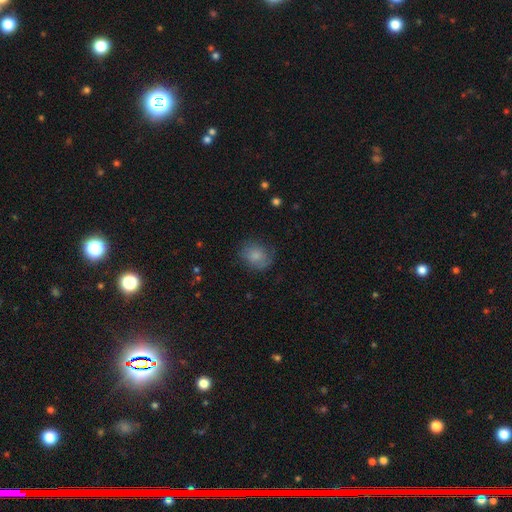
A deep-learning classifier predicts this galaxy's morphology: smooth-or-featured: smooth: 77% | featured or disk: 14% | star or artifact: 9%
  how-rounded: round: 61% | in between: 38% | cigar-shaped: 1%
  merging: none: 68% | minor disturbance: 22% | major disturbance: 9% | merger: 1%